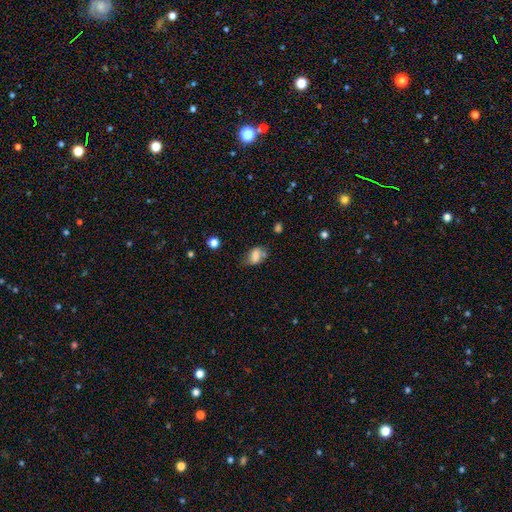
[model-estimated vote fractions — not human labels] Smooth or featured: smooth — 72% (featured or disk — 17%)
How rounded: in between — 82% (round — 15%)
Merging: none — 44% (minor disturbance — 29%)